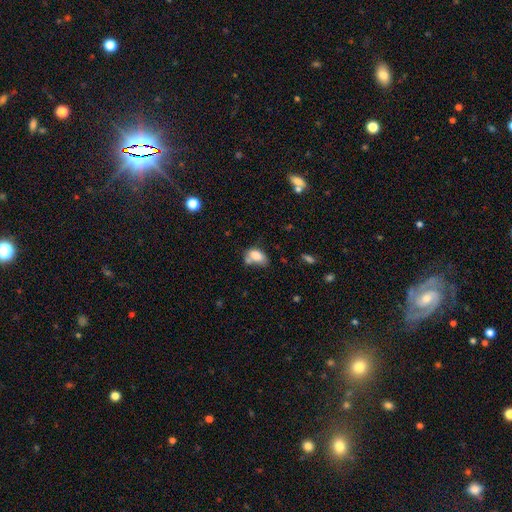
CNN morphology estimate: The model was most divided on "merging": none: 36%, merger: 27%, minor disturbance: 25%, major disturbance: 11%. More confident: how rounded — in between (88%); smooth or featured — smooth (79%).